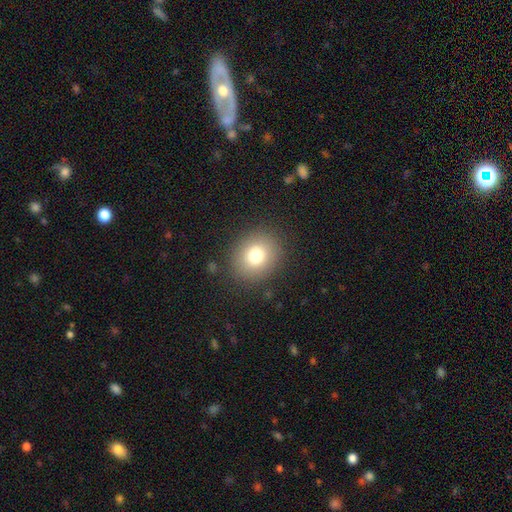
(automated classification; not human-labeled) This appears to be a smooth galaxy with no disk features (76%) that is round (70%). Merging: none (86%).